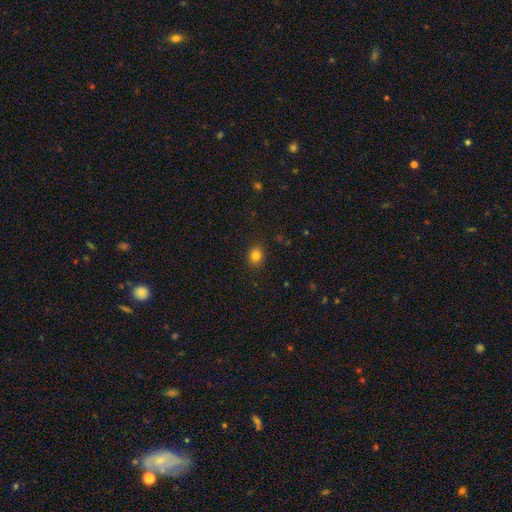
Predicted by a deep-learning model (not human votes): This is clearly a smooth galaxy (82%). How rounded: likely round (70%). Merging: clearly none (89%).